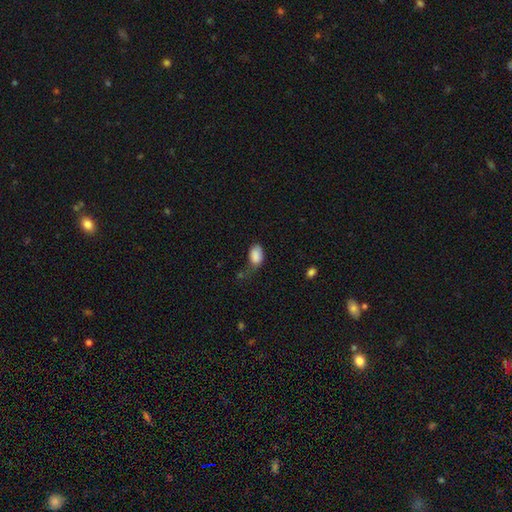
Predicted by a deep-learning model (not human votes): Overall: smooth (86%). How rounded: in between (89%). Merging: minor disturbance (37%; none 35%).